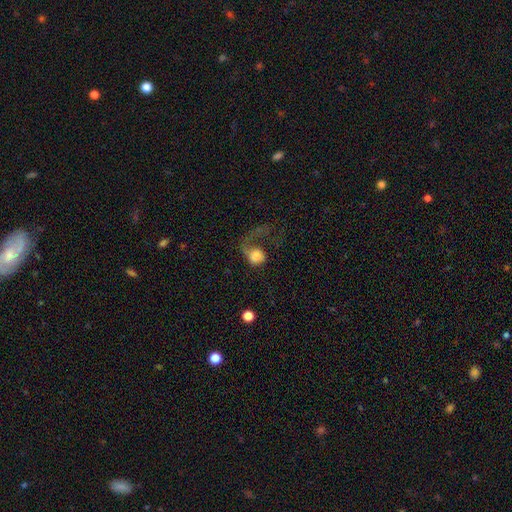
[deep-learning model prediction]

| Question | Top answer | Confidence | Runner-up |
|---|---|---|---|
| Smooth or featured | smooth | 60% | featured or disk (31%) |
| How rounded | round | 60% | in between (38%) |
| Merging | major disturbance | 64% | none (19%) |